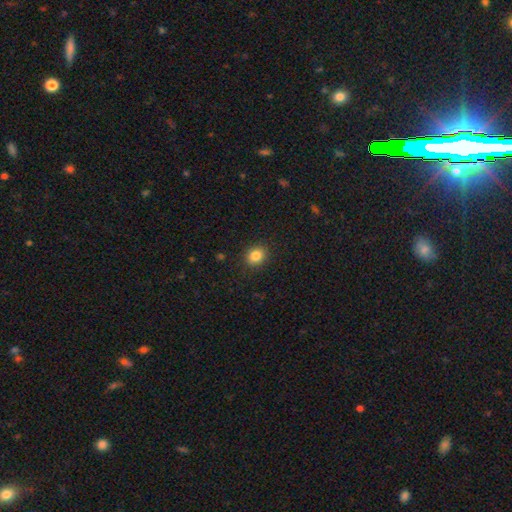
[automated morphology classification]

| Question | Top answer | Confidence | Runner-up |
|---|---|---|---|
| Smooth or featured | smooth | 84% | star or artifact (10%) |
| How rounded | round | 61% | in between (38%) |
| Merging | none | 90% | minor disturbance (7%) |